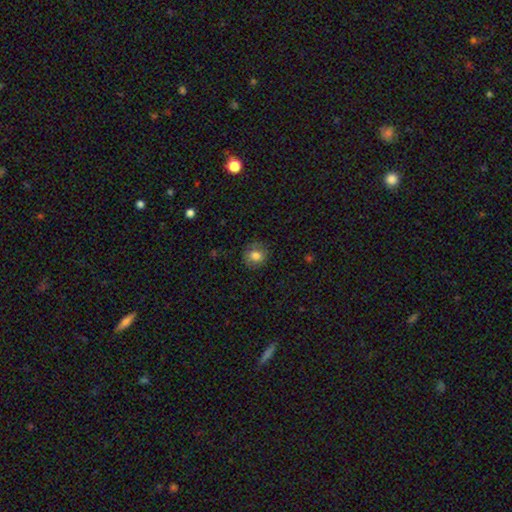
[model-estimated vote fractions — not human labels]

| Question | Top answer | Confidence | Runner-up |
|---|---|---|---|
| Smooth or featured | smooth | 80% | featured or disk (10%) |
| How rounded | round | 80% | in between (19%) |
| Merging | none | 80% | minor disturbance (14%) |